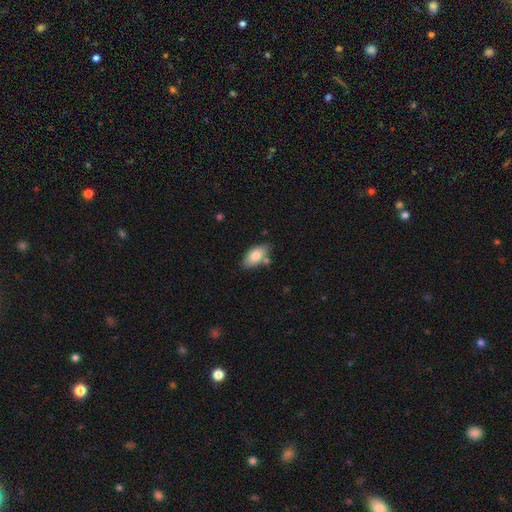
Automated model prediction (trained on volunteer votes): This appears to be a smooth galaxy with no disk features (79%) that is in between round and cigar-shaped (92%). Merging: none (73%).